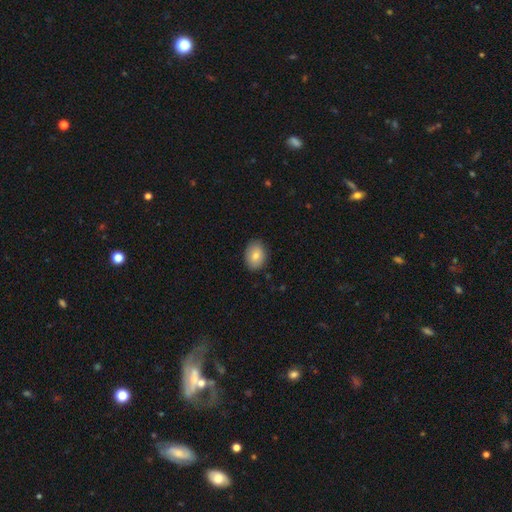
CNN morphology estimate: Overall: smooth (81%). How rounded: in between (70%). Merging: none (87%).